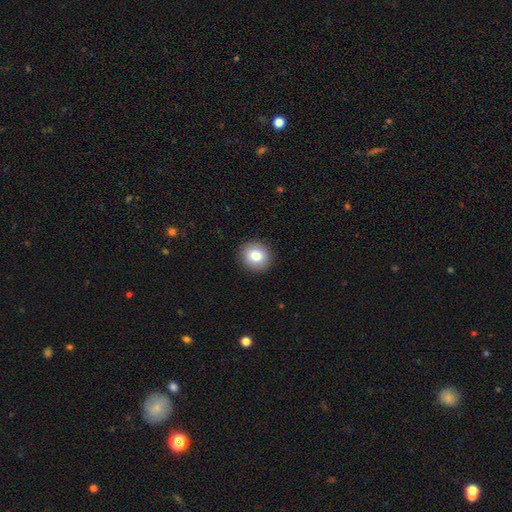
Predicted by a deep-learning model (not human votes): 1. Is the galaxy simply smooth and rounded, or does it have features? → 79% smooth, 11% featured or disk, 9% star or artifact.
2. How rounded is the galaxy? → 88% round, 11% in between, 1% cigar-shaped.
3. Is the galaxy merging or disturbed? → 91% none, 6% minor disturbance, 2% major disturbance, 1% merger.